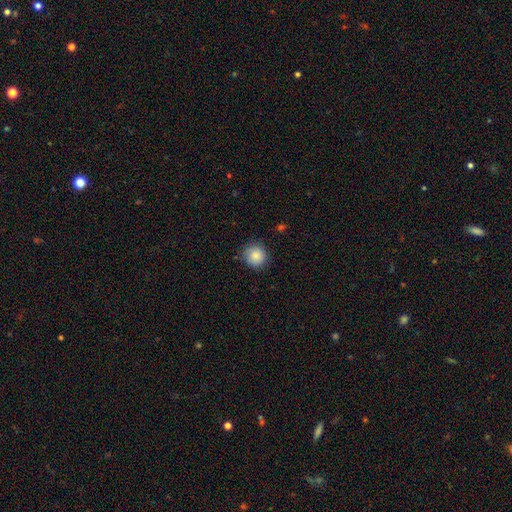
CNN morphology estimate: Smooth or featured?
  - smooth: 86% *
  - star or artifact: 8%
  - featured or disk: 6%
How rounded?
  - round: 90% *
  - in between: 9%
  - cigar-shaped: 1%
Merging?
  - none: 81% *
  - minor disturbance: 15%
  - major disturbance: 3%
  - merger: 1%